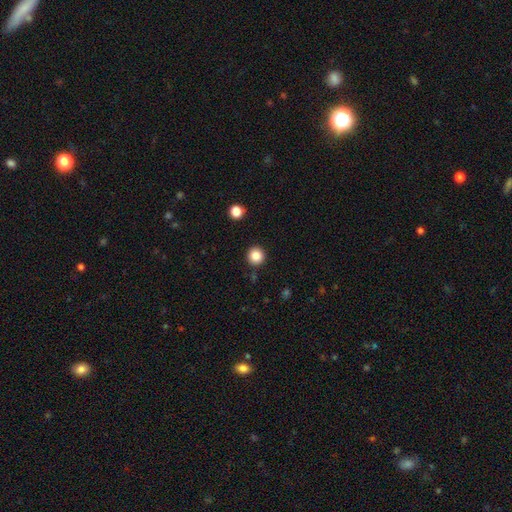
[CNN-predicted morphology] Smooth or featured? Predicted: smooth (p=0.85). How rounded? Predicted: round (p=0.95). Merging? Predicted: none (p=0.91).